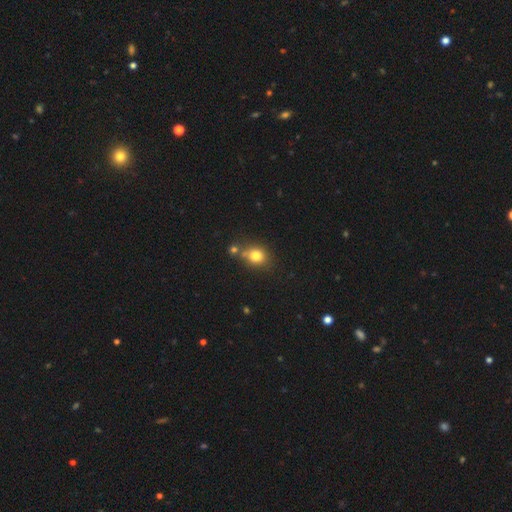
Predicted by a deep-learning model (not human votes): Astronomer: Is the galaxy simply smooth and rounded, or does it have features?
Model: smooth — 79%.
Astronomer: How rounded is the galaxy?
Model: round — 65%.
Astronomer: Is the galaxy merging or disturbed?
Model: none — 58%.